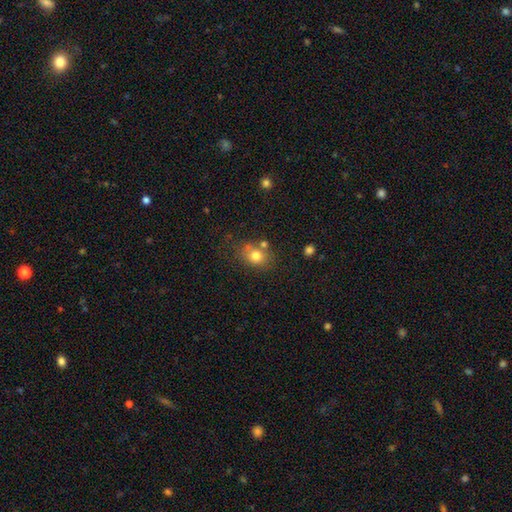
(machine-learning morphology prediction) type=smooth (76%); roundness=round (53%); merging=none (61%).